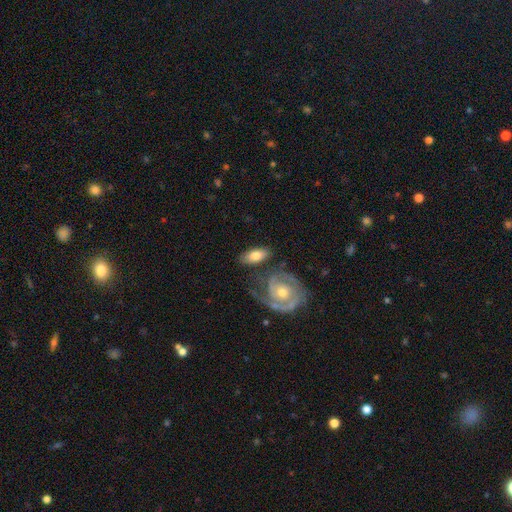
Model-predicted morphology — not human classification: Overall: smooth (63%; featured or disk 31%). How rounded: in between (87%). Merging: none (66%).